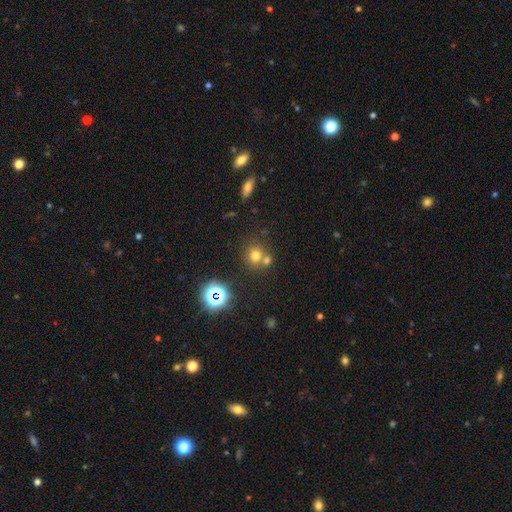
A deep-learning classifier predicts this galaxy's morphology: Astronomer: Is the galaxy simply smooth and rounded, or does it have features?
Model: smooth — 68%.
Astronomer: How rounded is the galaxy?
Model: round — 87%.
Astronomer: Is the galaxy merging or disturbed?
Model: none — 55% (runner-up: merger, 34%).